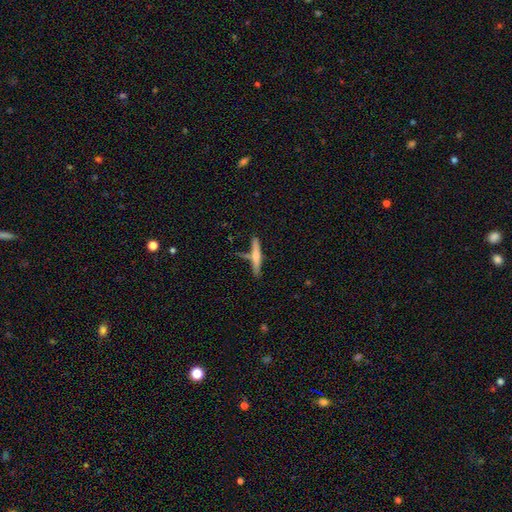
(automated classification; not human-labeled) This is possibly a smooth galaxy (48%). Merging: likely none (66%).